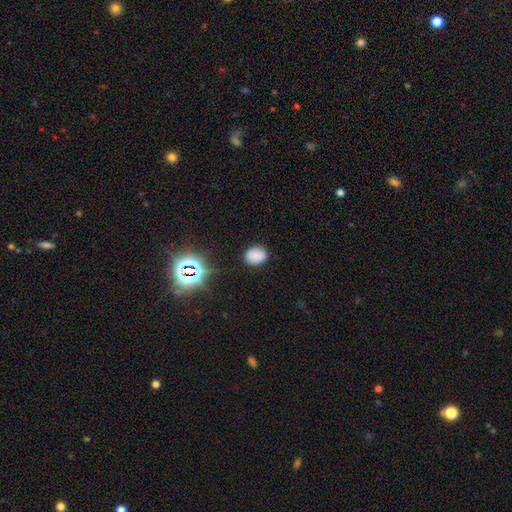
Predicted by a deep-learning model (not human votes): Smooth or featured?
  - smooth: 78% *
  - star or artifact: 16%
  - featured or disk: 6%
How rounded?
  - in between: 53% *
  - round: 46%
  - cigar-shaped: 1%
Merging?
  - none: 84% *
  - minor disturbance: 11%
  - major disturbance: 3%
  - merger: 1%